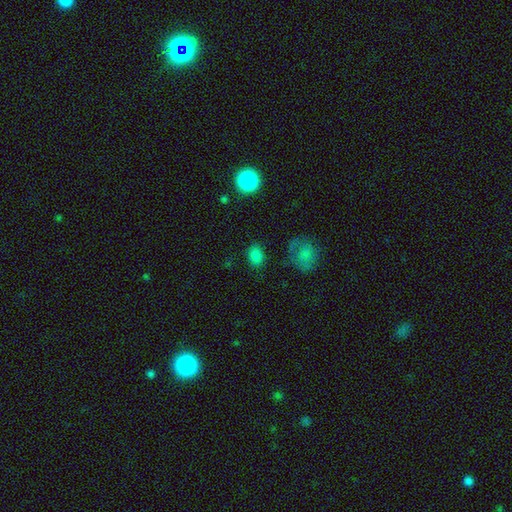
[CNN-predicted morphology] Smooth or featured? smooth (82%)
How rounded? in between (79%)
Merging? none (81%)